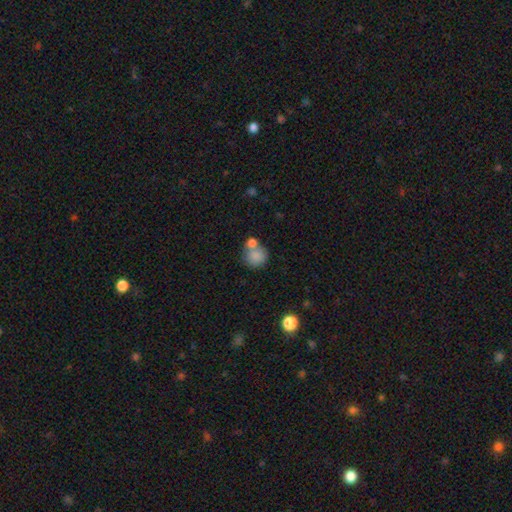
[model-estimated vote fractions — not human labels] Overall: smooth (82%). How rounded: round (86%). Merging: none (50%; merger 34%).